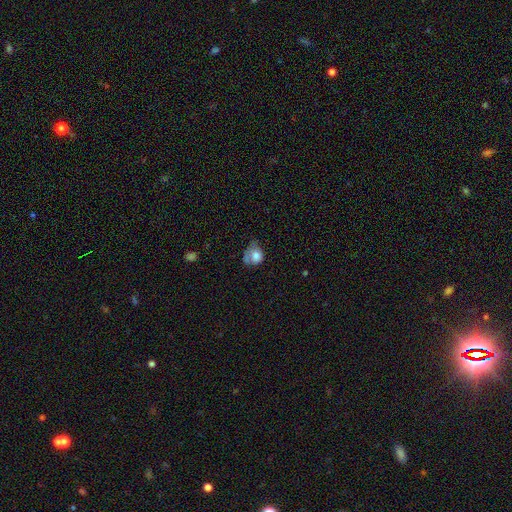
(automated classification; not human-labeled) smooth_or_featured: smooth (p=0.71) [alt: featured or disk p=0.19]
how_rounded: round (p=0.59) [alt: in between p=0.40]
merging: minor disturbance (p=0.32) [alt: none p=0.29]